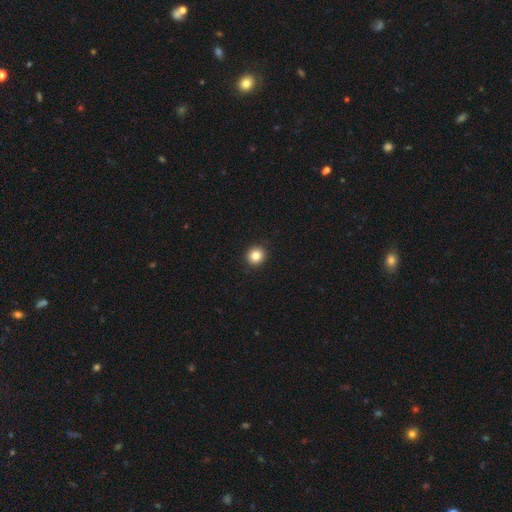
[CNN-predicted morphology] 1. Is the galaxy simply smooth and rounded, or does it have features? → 84% smooth, 11% star or artifact, 5% featured or disk.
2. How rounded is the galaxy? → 91% round, 8% in between, 1% cigar-shaped.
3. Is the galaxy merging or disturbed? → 93% none, 5% minor disturbance, 2% major disturbance, 1% merger.